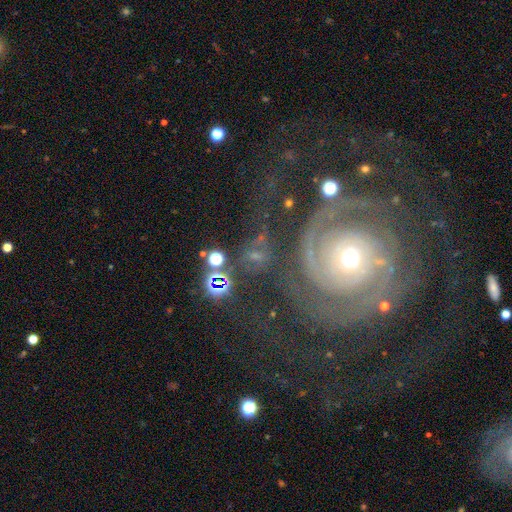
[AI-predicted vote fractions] Smooth or featured?
  - featured or disk: 35% *
  - star or artifact: 34%
  - smooth: 31%
Merging?
  - none: 55% *
  - minor disturbance: 19%
  - major disturbance: 17%
  - merger: 9%